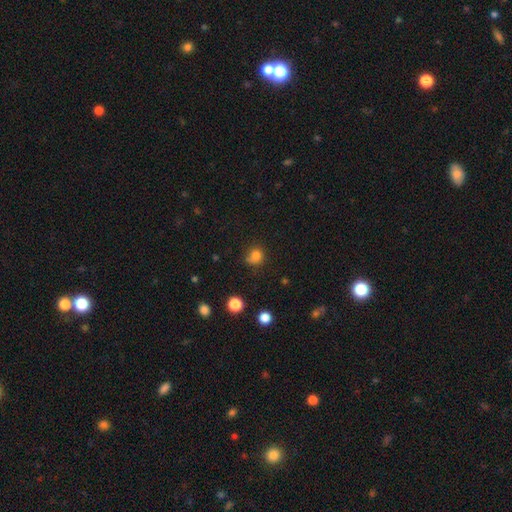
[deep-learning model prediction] A smooth galaxy with no disk features (78%) that is round (82%). Merging: none (60%).